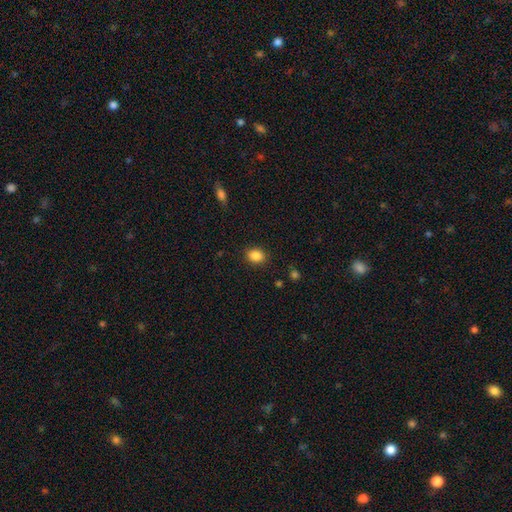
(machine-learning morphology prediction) The model was most divided on "how rounded": in between: 55%, round: 44%, cigar-shaped: 1%. More confident: merging — none (87%); smooth or featured — smooth (86%).